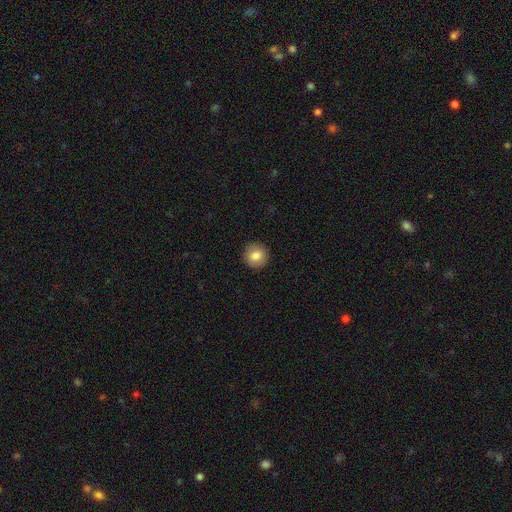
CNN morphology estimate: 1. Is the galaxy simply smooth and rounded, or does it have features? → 83% smooth, 9% star or artifact, 8% featured or disk.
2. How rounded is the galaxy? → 93% round, 6% in between, 1% cigar-shaped.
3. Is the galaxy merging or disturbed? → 91% none, 6% minor disturbance, 2% major disturbance, 1% merger.